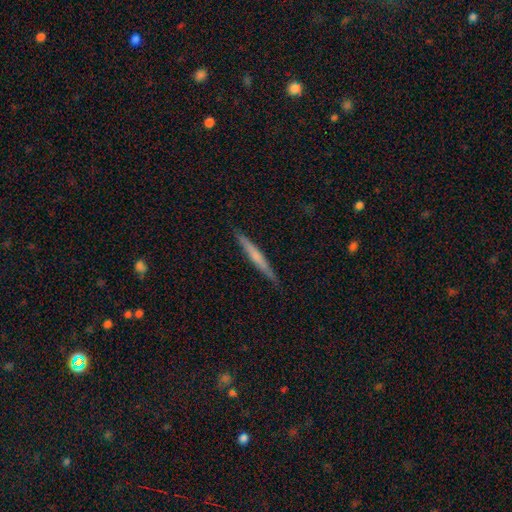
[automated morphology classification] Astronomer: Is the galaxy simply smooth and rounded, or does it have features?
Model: smooth — 49% (runner-up: featured or disk, 45%).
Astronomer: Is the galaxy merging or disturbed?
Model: none — 90%.